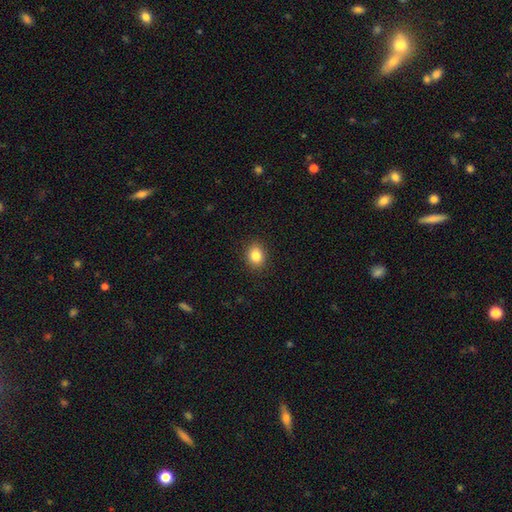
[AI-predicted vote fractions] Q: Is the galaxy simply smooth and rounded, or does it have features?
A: smooth — 84%.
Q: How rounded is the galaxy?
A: round — 54%.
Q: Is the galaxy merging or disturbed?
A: none — 89%.